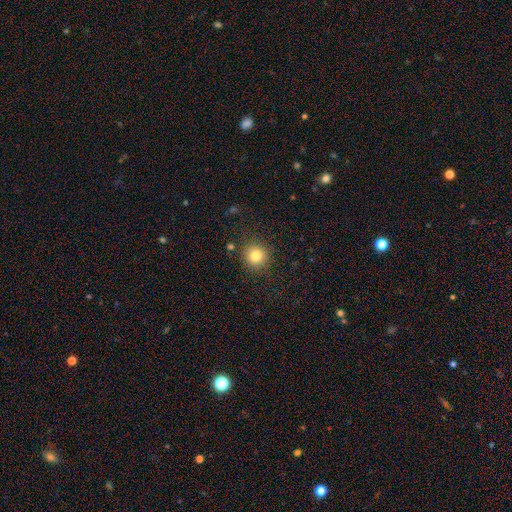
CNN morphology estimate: Overall: smooth (81%). How rounded: round (92%). Merging: none (87%).